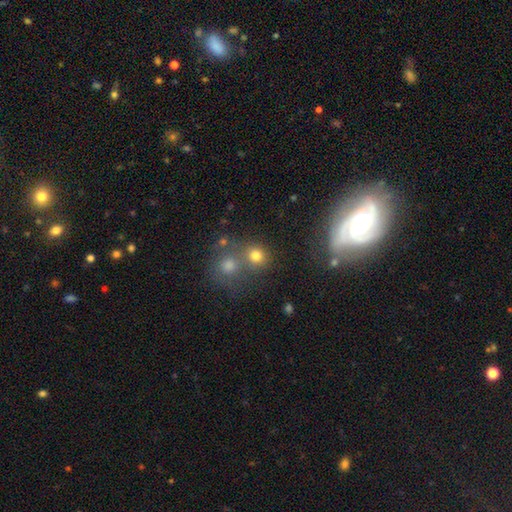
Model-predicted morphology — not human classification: type=smooth (76%); roundness=round (84%); merging=none (53%).